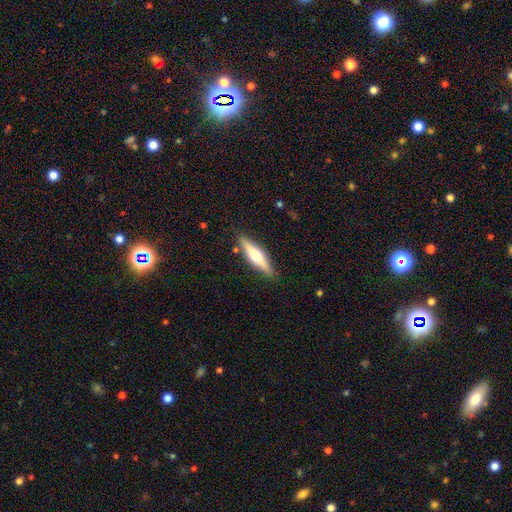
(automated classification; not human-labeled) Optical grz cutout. It shows a featured or disk galaxy (51%) viewed edge-on (92%). Merging: none (86%).